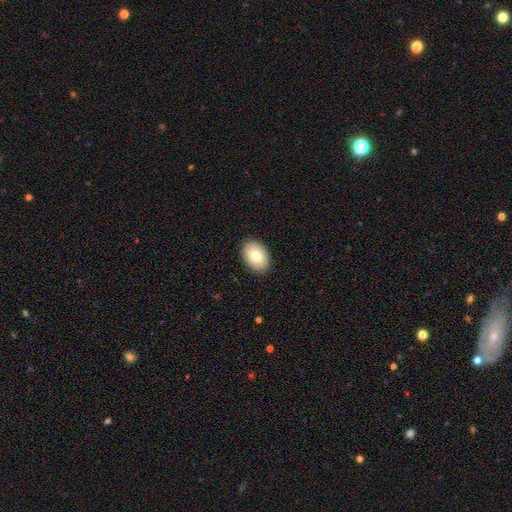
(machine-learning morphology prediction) Overall: smooth (80%). How rounded: in between (84%). Merging: none (89%).